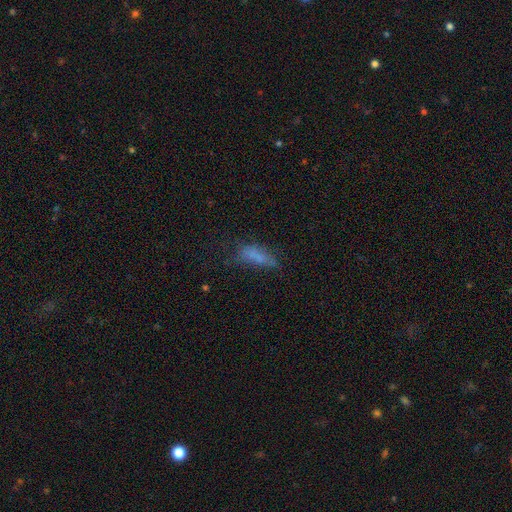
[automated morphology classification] Smooth or featured? Predicted: smooth (p=0.59). How rounded? Predicted: in between (p=0.59). Merging? Predicted: none (p=0.41).